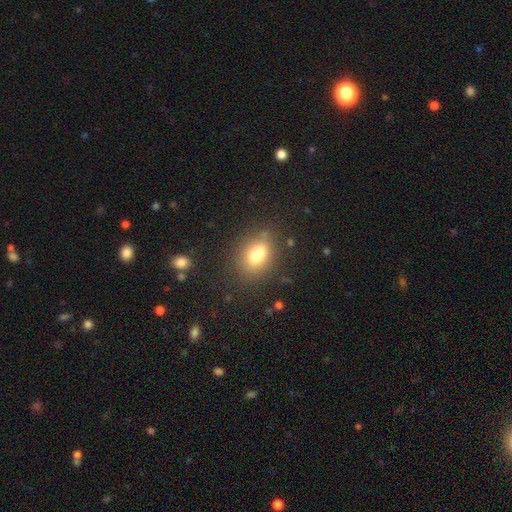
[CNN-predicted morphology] Overall: smooth (73%). How rounded: in between (75%). Merging: none (65%).